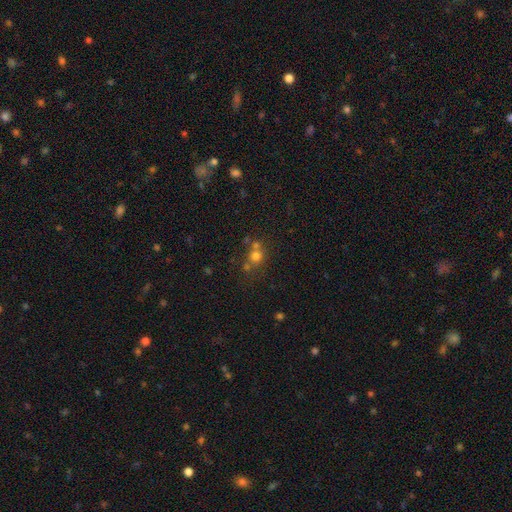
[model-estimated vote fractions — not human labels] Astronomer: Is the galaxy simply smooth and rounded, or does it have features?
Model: smooth — 65%.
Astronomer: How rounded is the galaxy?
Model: round — 85%.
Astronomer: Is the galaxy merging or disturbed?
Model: none — 55% (runner-up: merger, 31%).